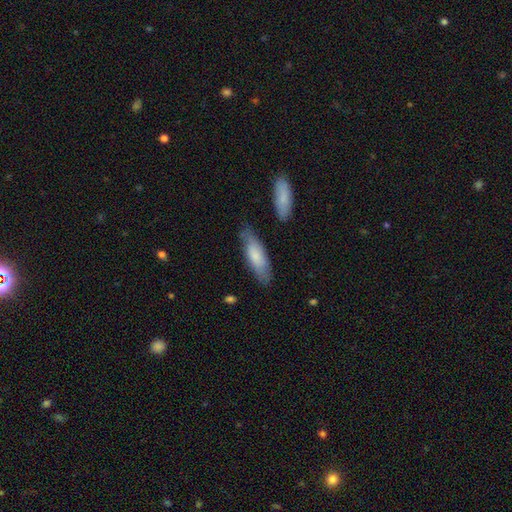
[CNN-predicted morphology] A smooth galaxy with no disk features (73%) that is in between round and cigar-shaped (50%). Merging: none (73%).